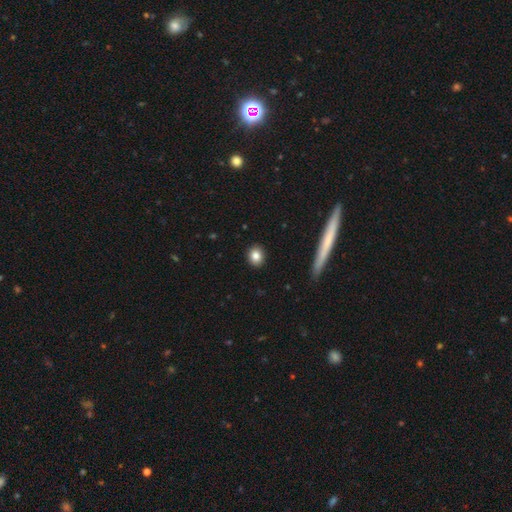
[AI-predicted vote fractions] Smooth or featured: smooth — 83% (star or artifact — 9%)
How rounded: round — 71% (in between — 27%)
Merging: none — 91% (minor disturbance — 6%)